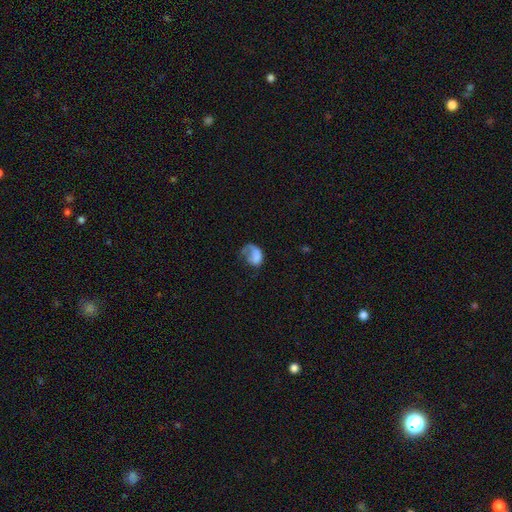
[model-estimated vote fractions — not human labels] Smooth or featured?
  - smooth: 60% *
  - featured or disk: 30%
  - star or artifact: 10%
How rounded?
  - in between: 72% *
  - round: 27%
  - cigar-shaped: 1%
Merging?
  - major disturbance: 51% *
  - none: 24%
  - minor disturbance: 21%
  - merger: 4%